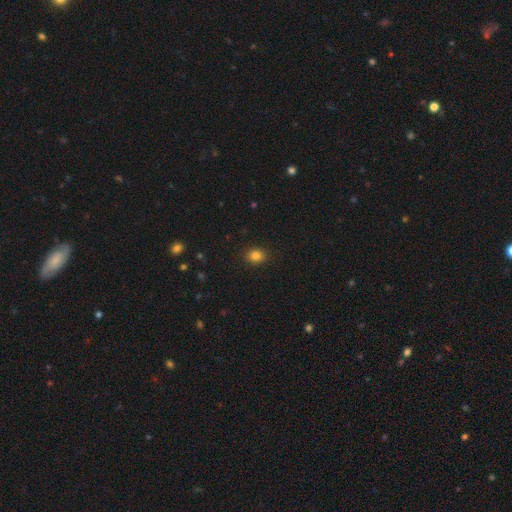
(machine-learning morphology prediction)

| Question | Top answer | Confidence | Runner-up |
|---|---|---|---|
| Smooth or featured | smooth | 84% | star or artifact (12%) |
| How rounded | round | 56% | in between (43%) |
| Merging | none | 90% | minor disturbance (7%) |